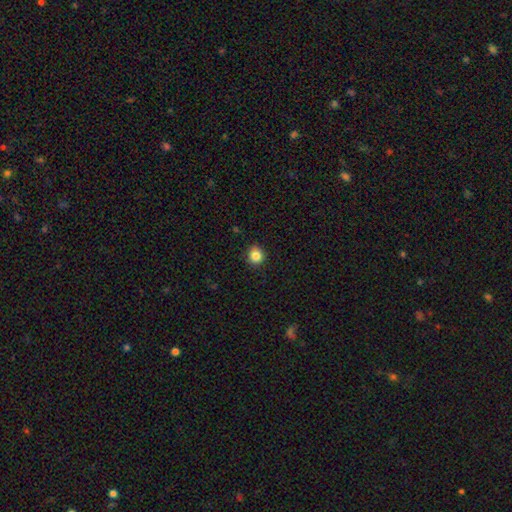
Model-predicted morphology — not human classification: smooth-or-featured: smooth: 85% | star or artifact: 11% | featured or disk: 4%
  how-rounded: round: 90% | in between: 9% | cigar-shaped: 1%
  merging: none: 89% | minor disturbance: 8% | major disturbance: 2% | merger: 1%